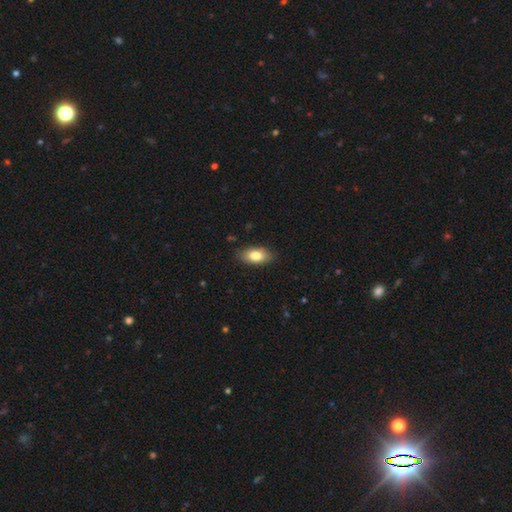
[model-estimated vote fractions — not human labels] smooth-or-featured: smooth: 81% | featured or disk: 12% | star or artifact: 7%
  how-rounded: in between: 91% | round: 5% | cigar-shaped: 4%
  merging: none: 86% | minor disturbance: 10% | major disturbance: 2% | merger: 1%